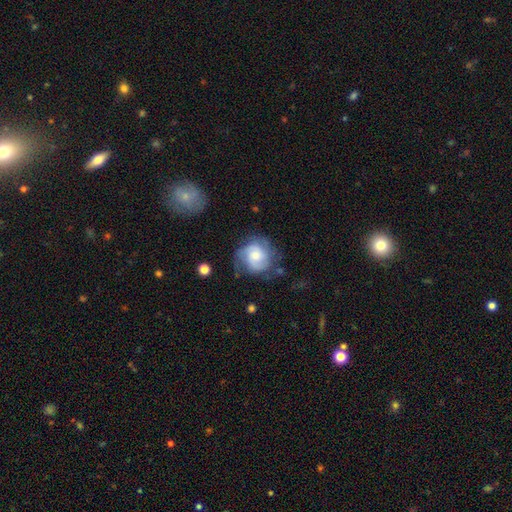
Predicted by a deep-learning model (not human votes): smooth-or-featured: featured or disk: 64% | smooth: 29% | star or artifact: 7%
  disk-edge-on: no: 98% | yes: 2%
    bar: no: 71% | weak: 25% | strong: 4%
    has-spiral-arms: yes: 90% | no: 10%
      spiral-winding: tight: 44% | medium: 40% | loose: 15%
      spiral-arm-count: 2: 40% | can't tell: 24% | 3: 23% | 1: 5% | 4: 5% | more than 4: 3%
    bulge-size: moderate: 48% | small: 32% | large: 14% | none: 4% | dominant: 2%
  merging: none: 60% | minor disturbance: 24% | major disturbance: 14% | merger: 2%